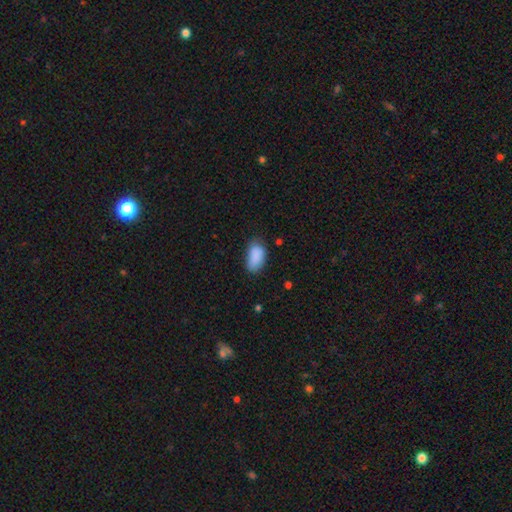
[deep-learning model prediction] A smooth galaxy with no disk features (87%) that is in between round and cigar-shaped (93%). Merging: none (64%).